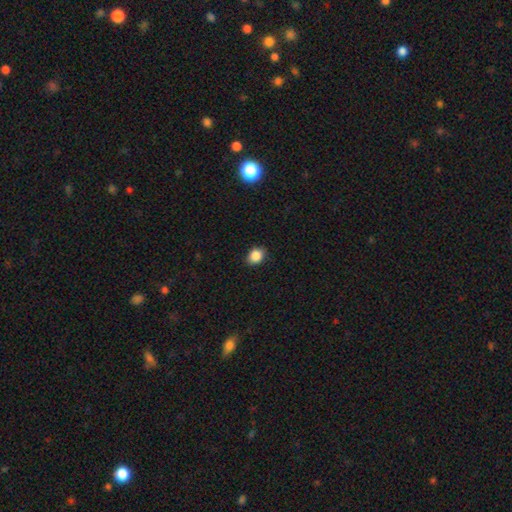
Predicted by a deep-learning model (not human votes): A smooth galaxy with no disk features (87%) that is in between round and cigar-shaped (59%).

Vote fractions:
- Smooth or featured? smooth: 87% / star or artifact: 9% / featured or disk: 4%
- How rounded? in between: 59% / round: 39% / cigar-shaped: 1%
- Merging? none: 87% / minor disturbance: 10% / major disturbance: 2% / merger: 1%